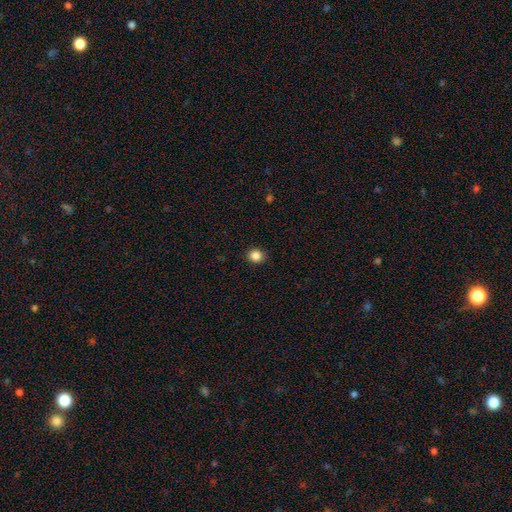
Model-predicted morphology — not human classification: Smooth or featured?
  - smooth: 86% *
  - star or artifact: 11%
  - featured or disk: 3%
How rounded?
  - round: 81% *
  - in between: 18%
  - cigar-shaped: 1%
Merging?
  - none: 91% *
  - minor disturbance: 6%
  - major disturbance: 2%
  - merger: 1%